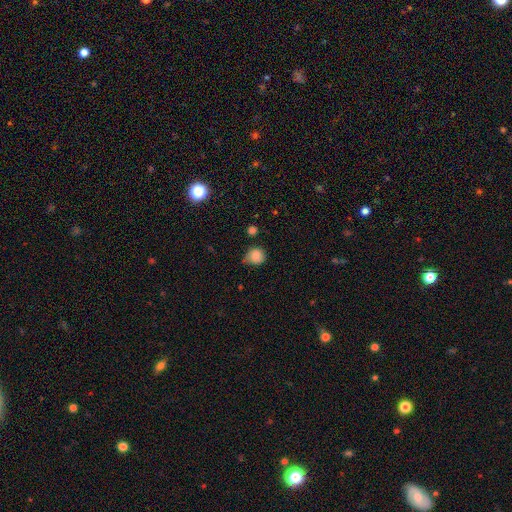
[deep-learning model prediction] This appears to be a smooth galaxy with no disk features (80%) that is round (76%). Merging: none (49%).